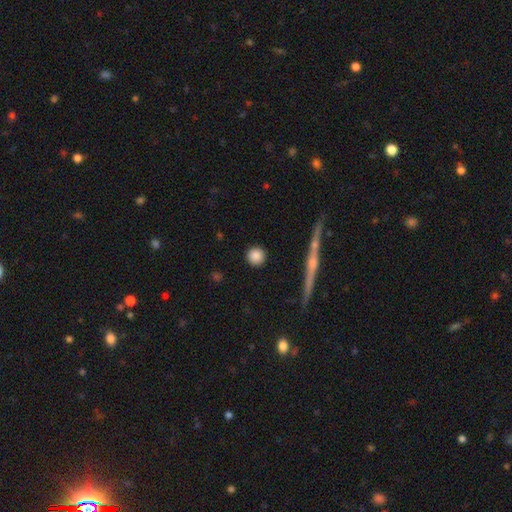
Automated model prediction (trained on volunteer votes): The model was most divided on "smooth or featured": smooth: 85%, star or artifact: 8%, featured or disk: 7%. More confident: how rounded — round (94%); merging — none (90%).